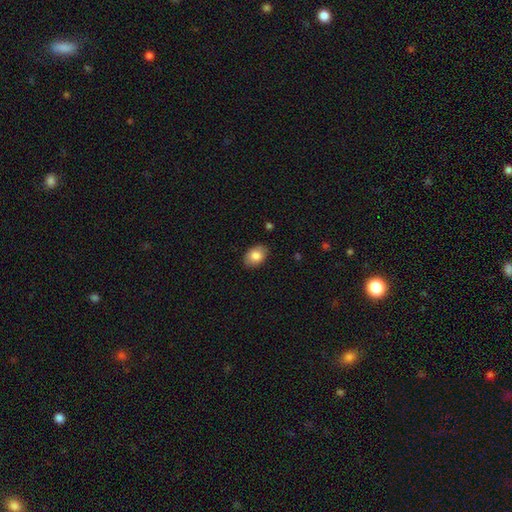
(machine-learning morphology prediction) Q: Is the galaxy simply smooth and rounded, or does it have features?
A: smooth — 83%.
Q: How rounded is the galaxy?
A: in between — 82%.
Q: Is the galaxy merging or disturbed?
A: none — 85%.